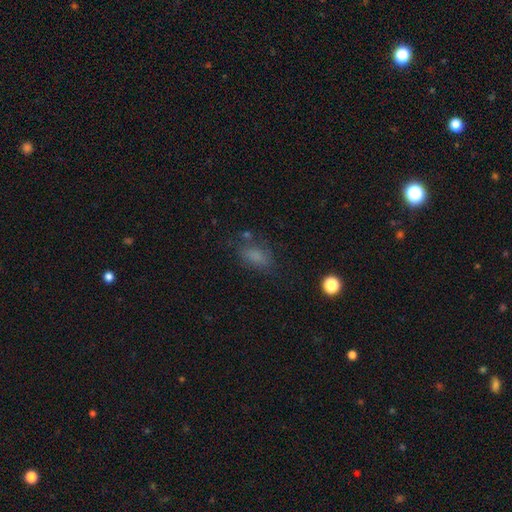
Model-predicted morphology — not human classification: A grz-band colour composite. It shows a smooth galaxy with no disk features (75%) that is in between round and cigar-shaped (83%). Merging: none (65%).